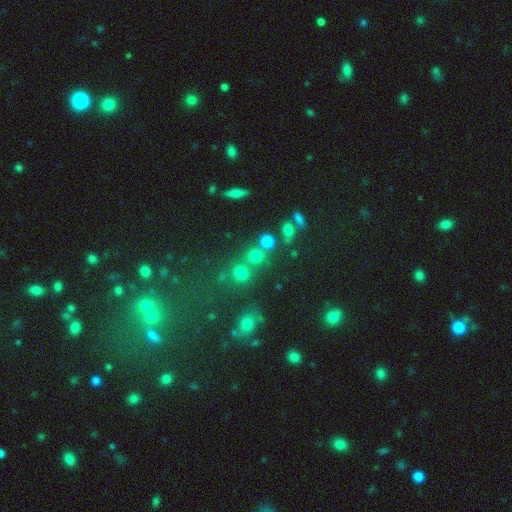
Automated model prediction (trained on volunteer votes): This appears to be a smooth galaxy with no disk features (73%) that is round (85%). Merging: none (63%).